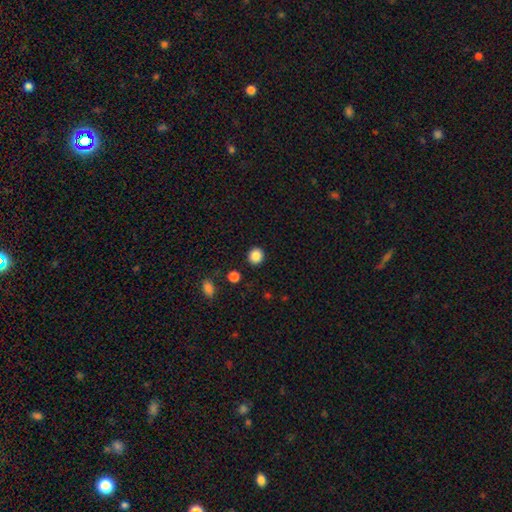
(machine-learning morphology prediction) Smooth or featured? Predicted: smooth (p=0.86). How rounded? Predicted: round (p=0.88). Merging? Predicted: none (p=0.91).